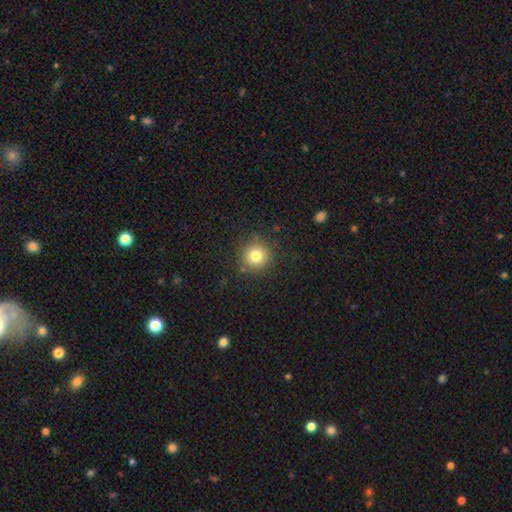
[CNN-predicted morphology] Overall: smooth (79%). How rounded: round (94%). Merging: none (87%).